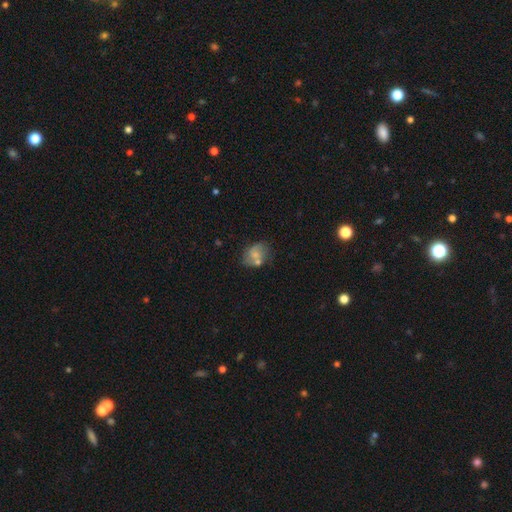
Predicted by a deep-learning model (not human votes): A smooth galaxy with no disk features (55%) that is in between round and cigar-shaped (63%).

Vote fractions:
- Smooth or featured? smooth: 55% / featured or disk: 35% / star or artifact: 10%
- How rounded? in between: 63% / round: 35% / cigar-shaped: 1%
- Merging? none: 47% / merger: 23% / minor disturbance: 21% / major disturbance: 9%